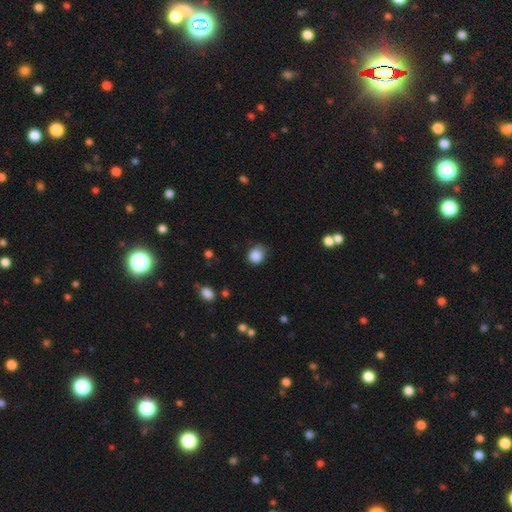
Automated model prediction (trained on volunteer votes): Smooth or featured?
  - smooth: 86% *
  - star or artifact: 10%
  - featured or disk: 4%
How rounded?
  - round: 73% *
  - in between: 26%
  - cigar-shaped: 1%
Merging?
  - none: 71% *
  - minor disturbance: 23%
  - major disturbance: 5%
  - merger: 2%